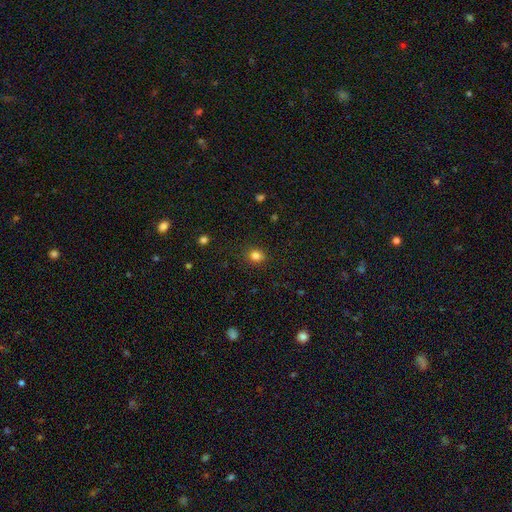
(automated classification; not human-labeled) Smooth or featured? smooth (82%)
How rounded? round (71%)
Merging? none (87%)